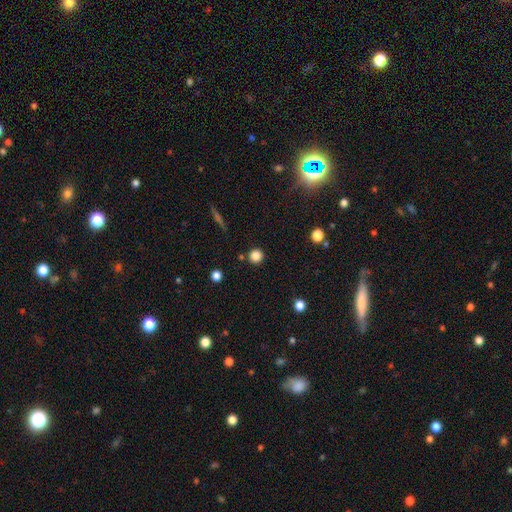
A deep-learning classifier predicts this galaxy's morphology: The model was most divided on "smooth or featured": smooth: 84%, star or artifact: 12%, featured or disk: 4%. More confident: how rounded — round (94%); merging — none (87%).